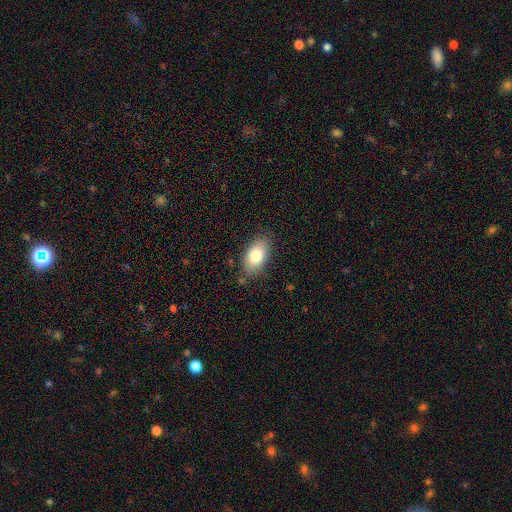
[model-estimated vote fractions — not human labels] Smooth or featured: smooth — 80% (featured or disk — 13%)
How rounded: in between — 92% (round — 5%)
Merging: none — 81% (minor disturbance — 14%)